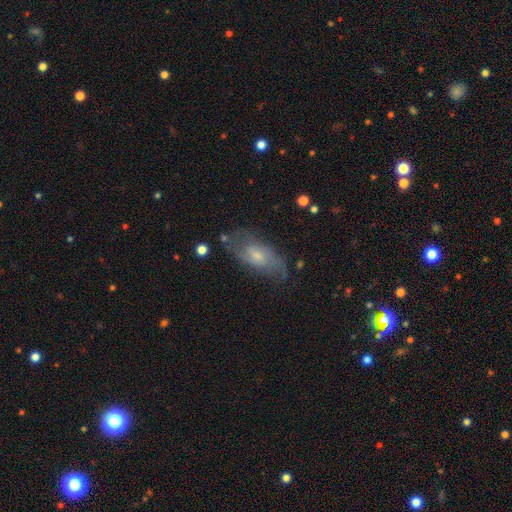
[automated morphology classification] A featured or disk galaxy (57%).

Vote fractions:
- Smooth or featured? featured or disk: 57% / smooth: 32% / star or artifact: 11%
- Edge-on disk? no: 86% / yes: 14%
- Merging? none: 67% / minor disturbance: 21% / major disturbance: 9% / merger: 2%